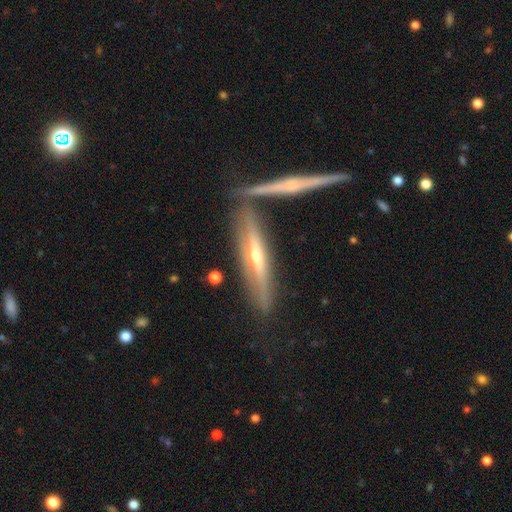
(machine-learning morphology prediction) Smooth or featured: featured or disk — 76% (smooth — 17%)
Edge-on disk: yes — 90% (no — 10%)
Edge-on bulge: rounded — 79% (none — 17%)
Merging: none — 69% (merger — 15%)